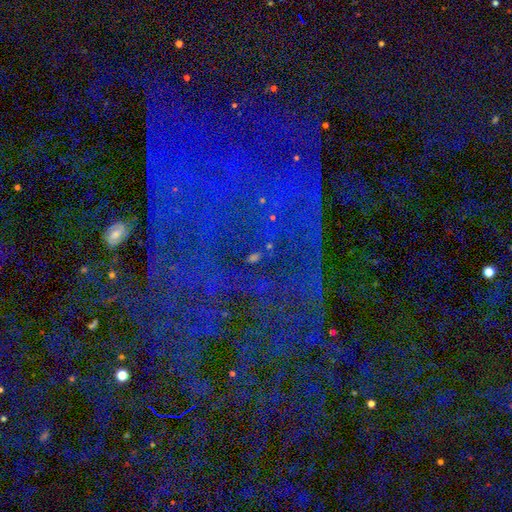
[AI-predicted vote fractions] Smooth or featured: star or artifact — 82% (smooth — 9%)